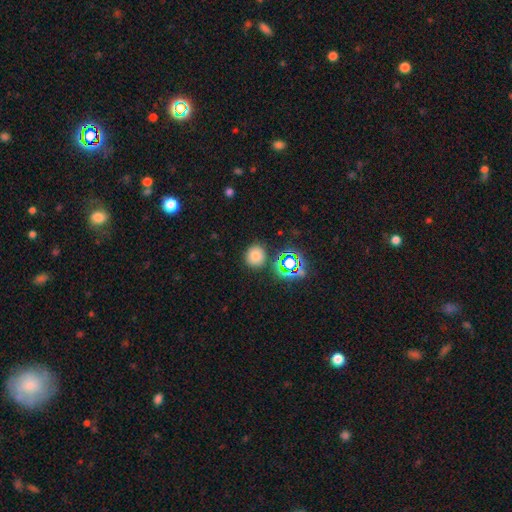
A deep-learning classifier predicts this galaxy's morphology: Q: Smooth or featured?
A: smooth (73%); runner-up: star or artifact (21%)
Q: How rounded?
A: round (85%); runner-up: in between (14%)
Q: Merging?
A: none (84%); runner-up: minor disturbance (9%)